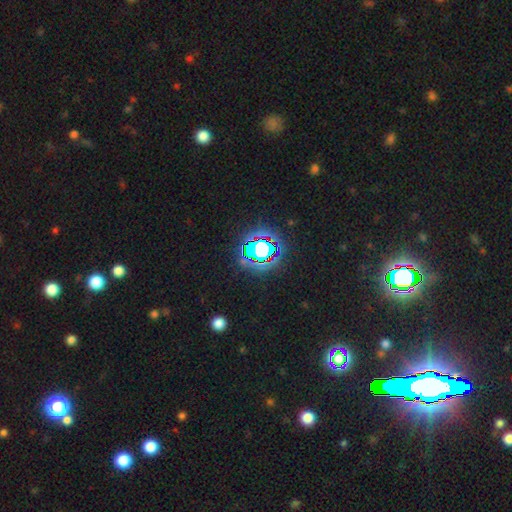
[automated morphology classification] type=star or artifact (82%).